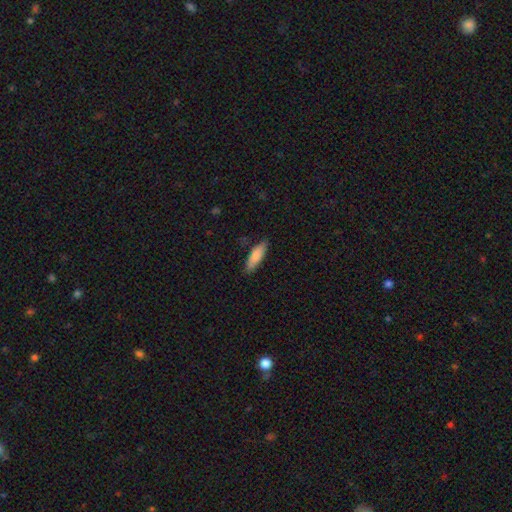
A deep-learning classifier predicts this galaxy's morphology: Smooth or featured?
  - smooth: 84% *
  - featured or disk: 10%
  - star or artifact: 6%
How rounded?
  - cigar-shaped: 51% *
  - in between: 47%
  - round: 2%
Merging?
  - none: 80% *
  - minor disturbance: 16%
  - major disturbance: 3%
  - merger: 1%